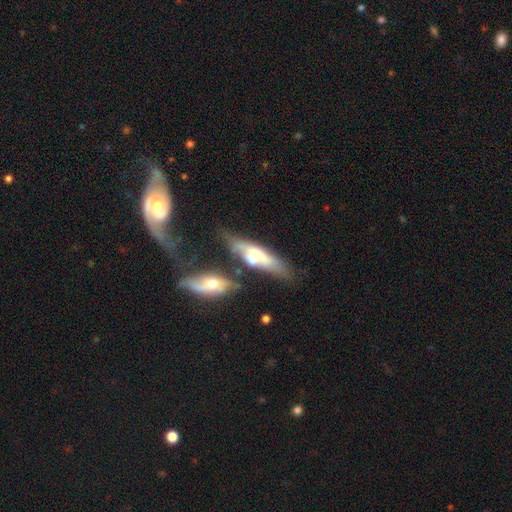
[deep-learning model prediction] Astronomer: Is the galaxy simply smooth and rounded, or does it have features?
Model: smooth — 46%, tied with featured or disk at 46%.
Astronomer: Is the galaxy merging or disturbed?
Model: none — 39% (runner-up: merger, 28%).